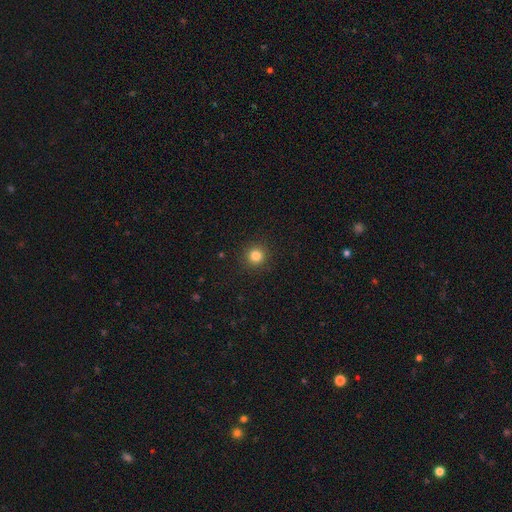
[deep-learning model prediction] smooth 82%, star or artifact 13%, featured or disk 5%. Down the decision tree: how rounded — round (95%); merging — none (92%).